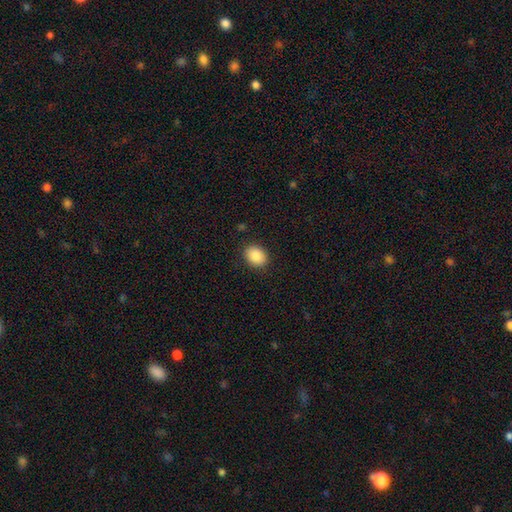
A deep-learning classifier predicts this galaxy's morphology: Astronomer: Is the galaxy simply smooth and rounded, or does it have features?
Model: smooth — 89%.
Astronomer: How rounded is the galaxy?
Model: in between — 60% (runner-up: round, 39%).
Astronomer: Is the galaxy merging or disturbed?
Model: none — 88%.